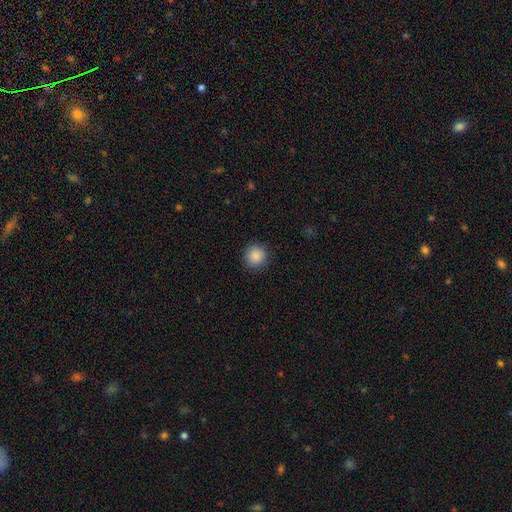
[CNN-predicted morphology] type=smooth (88%); roundness=round (94%); merging=none (90%).